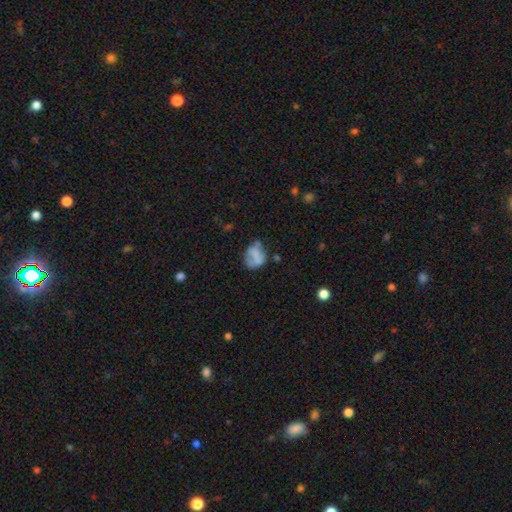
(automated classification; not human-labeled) Smooth or featured? smooth (55%)
How rounded? in between (53%)
Merging? none (43%)